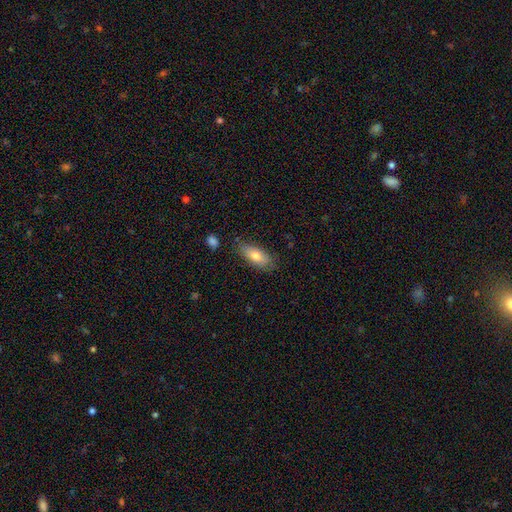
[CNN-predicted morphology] type=smooth (76%); roundness=in between (82%); merging=none (77%).